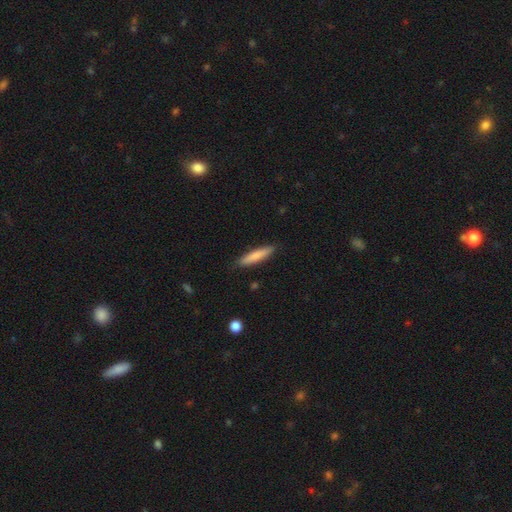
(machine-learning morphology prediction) Smooth or featured?
  - smooth: 79% *
  - featured or disk: 16%
  - star or artifact: 5%
How rounded?
  - cigar-shaped: 87% *
  - in between: 12%
  - round: 1%
Merging?
  - none: 88% *
  - minor disturbance: 9%
  - major disturbance: 2%
  - merger: 1%